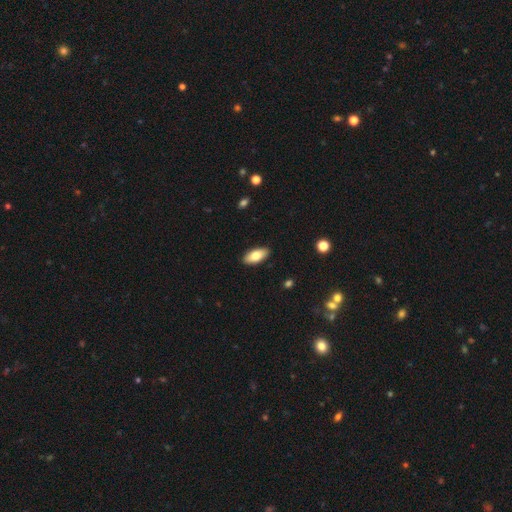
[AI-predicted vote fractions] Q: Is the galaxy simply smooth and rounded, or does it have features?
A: smooth — 78%.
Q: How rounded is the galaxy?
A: in between — 89%.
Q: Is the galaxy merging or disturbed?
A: none — 90%.